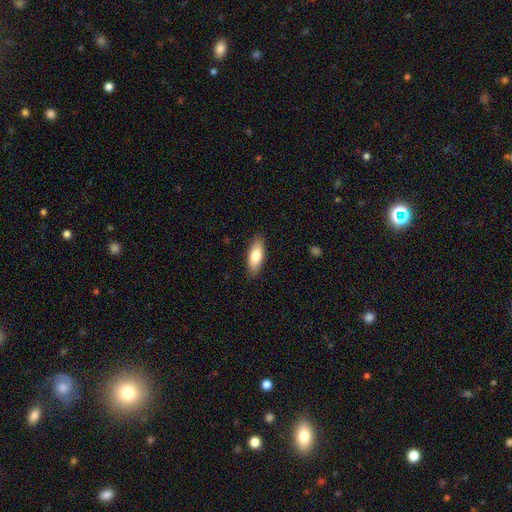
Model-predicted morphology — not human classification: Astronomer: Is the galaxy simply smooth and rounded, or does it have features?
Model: smooth — 78%.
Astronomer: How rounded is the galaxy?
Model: in between — 76%.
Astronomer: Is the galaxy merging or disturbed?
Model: none — 87%.